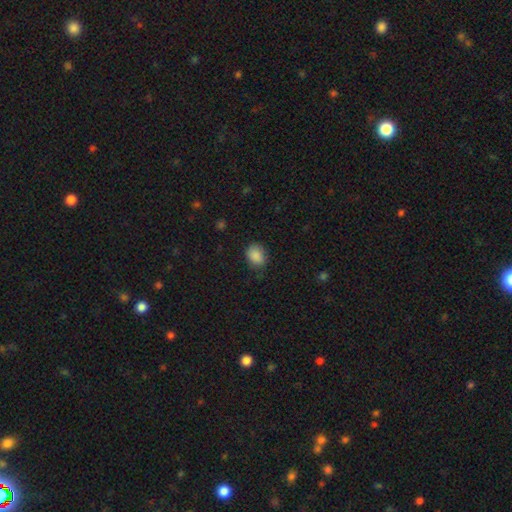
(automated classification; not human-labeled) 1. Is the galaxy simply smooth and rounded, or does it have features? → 88% smooth, 8% star or artifact, 4% featured or disk.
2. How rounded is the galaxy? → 59% in between, 40% round, 1% cigar-shaped.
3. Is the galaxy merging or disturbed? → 76% none, 19% minor disturbance, 4% major disturbance, 1% merger.